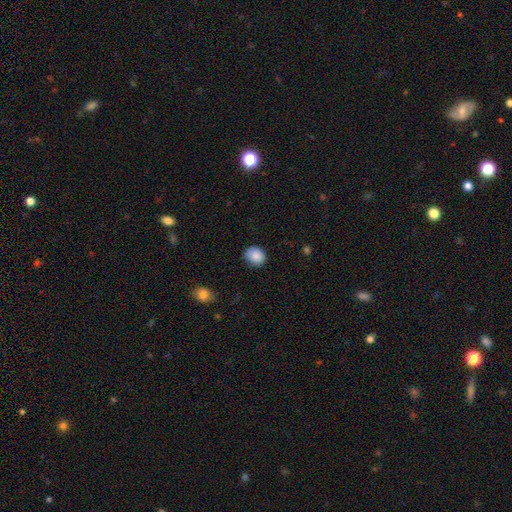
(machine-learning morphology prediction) Smooth or featured: smooth — 87% (star or artifact — 8%)
How rounded: round — 61% (in between — 38%)
Merging: none — 77% (minor disturbance — 19%)